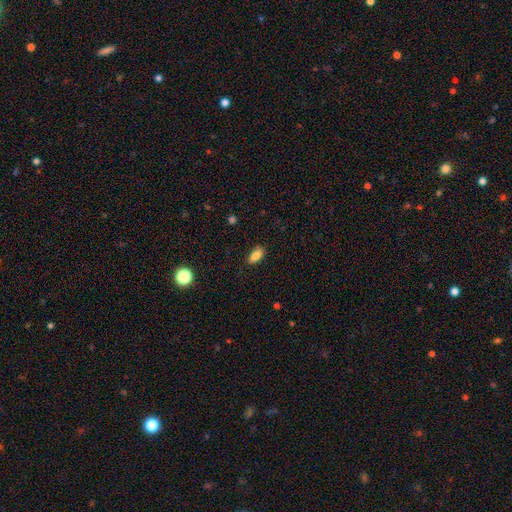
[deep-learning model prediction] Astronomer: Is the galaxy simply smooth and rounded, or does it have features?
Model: smooth — 83%.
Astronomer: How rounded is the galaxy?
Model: in between — 87%.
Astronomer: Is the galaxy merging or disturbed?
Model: none — 85%.